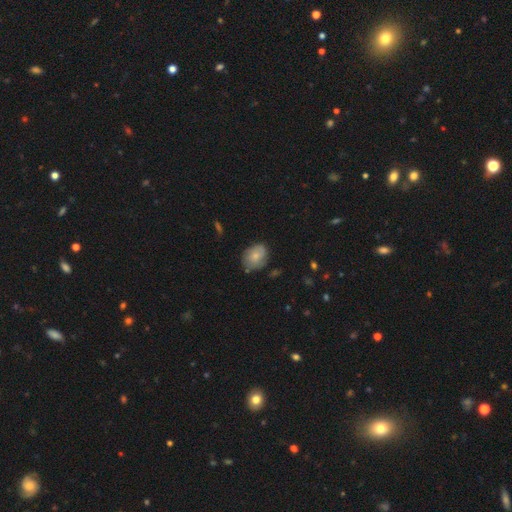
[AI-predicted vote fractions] Morphology: type=smooth (68%); roundness=in between (64%); merging=none (66%).